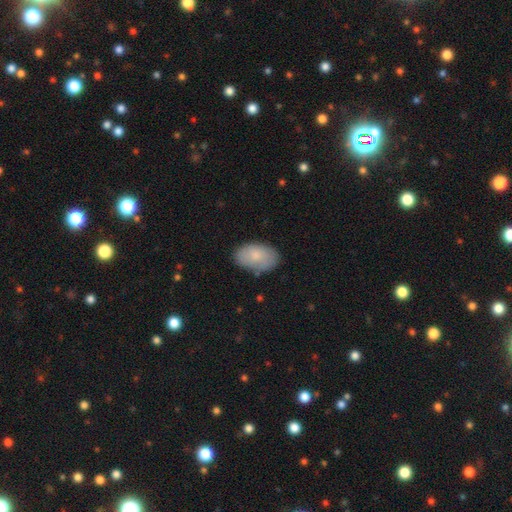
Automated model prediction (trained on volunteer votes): Smooth or featured? Predicted: smooth (p=0.78). How rounded? Predicted: in between (p=0.92). Merging? Predicted: none (p=0.76).